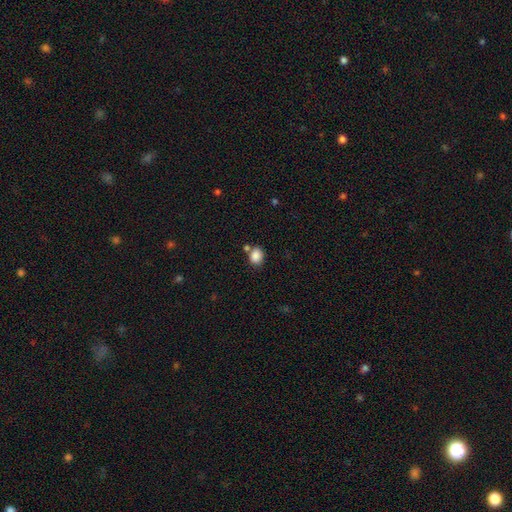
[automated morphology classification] type=smooth (86%); roundness=round (56%); merging=none (68%).